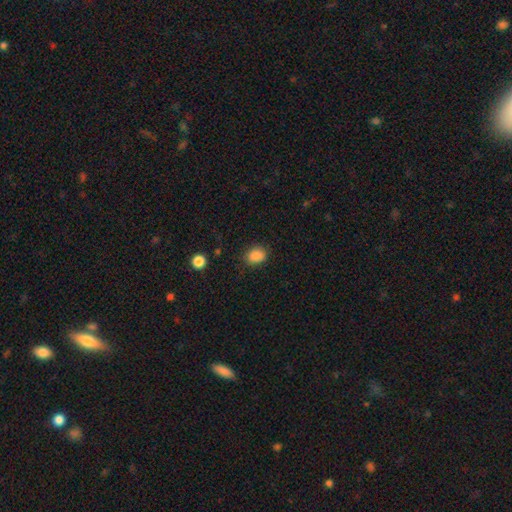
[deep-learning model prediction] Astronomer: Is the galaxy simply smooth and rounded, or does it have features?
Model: smooth — 87%.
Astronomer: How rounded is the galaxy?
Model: in between — 61% (runner-up: round, 38%).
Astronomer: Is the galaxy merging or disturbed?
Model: none — 83%.